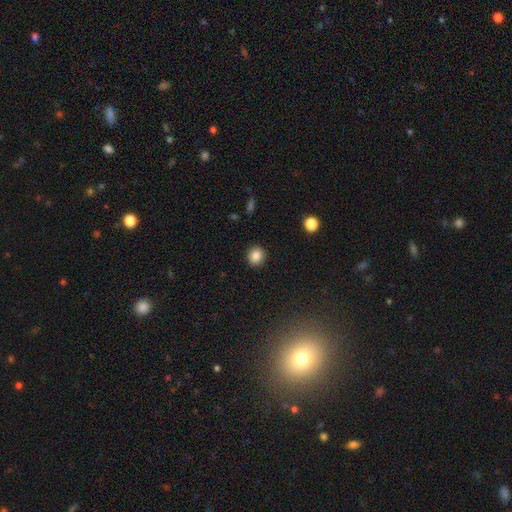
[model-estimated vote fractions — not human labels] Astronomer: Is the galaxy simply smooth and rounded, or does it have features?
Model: smooth — 86%.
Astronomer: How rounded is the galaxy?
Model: round — 82%.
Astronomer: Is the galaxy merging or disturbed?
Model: none — 91%.